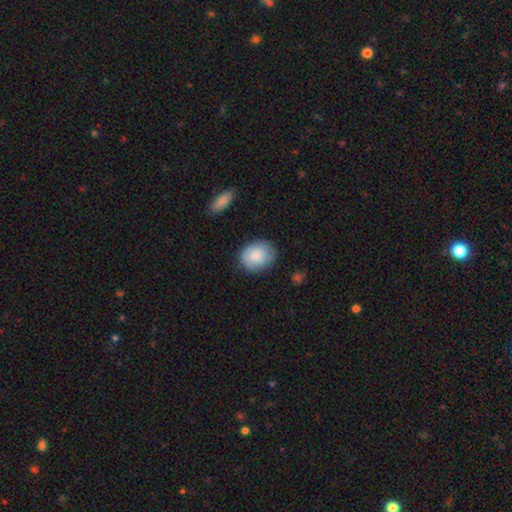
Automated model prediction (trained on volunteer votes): Morphology: type=smooth (80%); roundness=in between (51%); merging=none (79%).